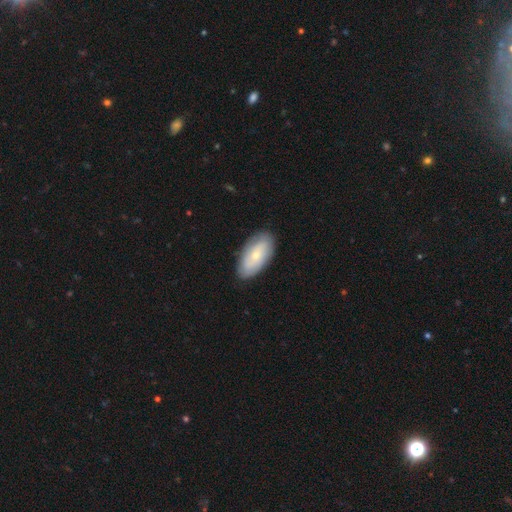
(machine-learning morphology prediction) Q: Smooth or featured?
A: smooth (59%); runner-up: featured or disk (35%)
Q: How rounded?
A: in between (92%); runner-up: cigar-shaped (5%)
Q: Merging?
A: none (84%); runner-up: minor disturbance (12%)